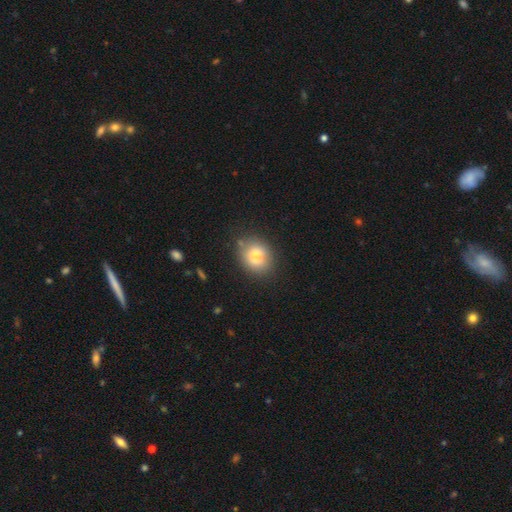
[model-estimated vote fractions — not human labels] Smooth or featured? smooth (75%)
How rounded? round (59%)
Merging? none (73%)